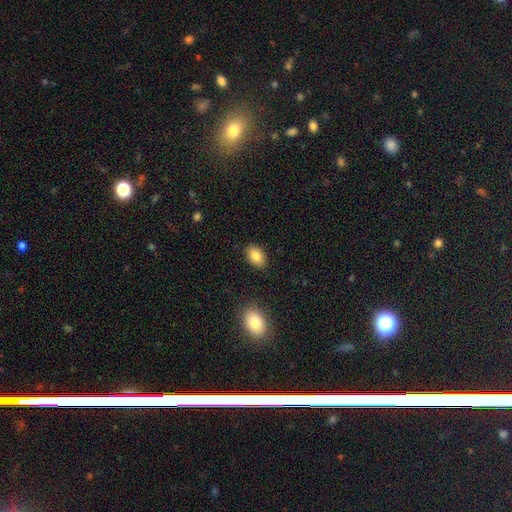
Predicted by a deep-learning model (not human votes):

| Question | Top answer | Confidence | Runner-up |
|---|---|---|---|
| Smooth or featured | smooth | 85% | star or artifact (8%) |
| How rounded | in between | 85% | round (13%) |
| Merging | none | 87% | minor disturbance (9%) |